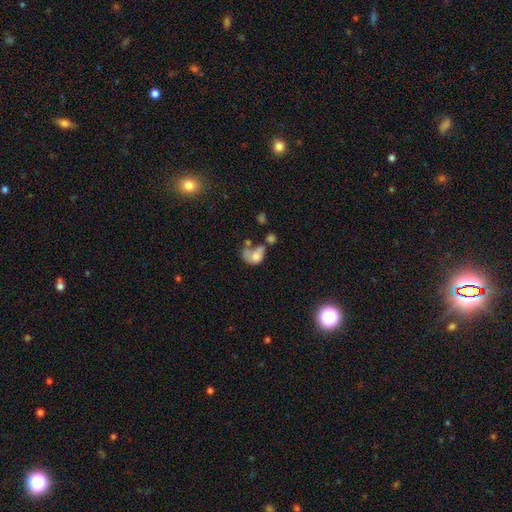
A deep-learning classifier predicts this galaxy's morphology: A smooth galaxy with no disk features (60%) that is in between round and cigar-shaped (70%).

Vote fractions:
- Smooth or featured? smooth: 60% / featured or disk: 29% / star or artifact: 11%
- How rounded? in between: 70% / round: 28% / cigar-shaped: 2%
- Merging? merger: 37% / major disturbance: 32% / none: 16% / minor disturbance: 15%